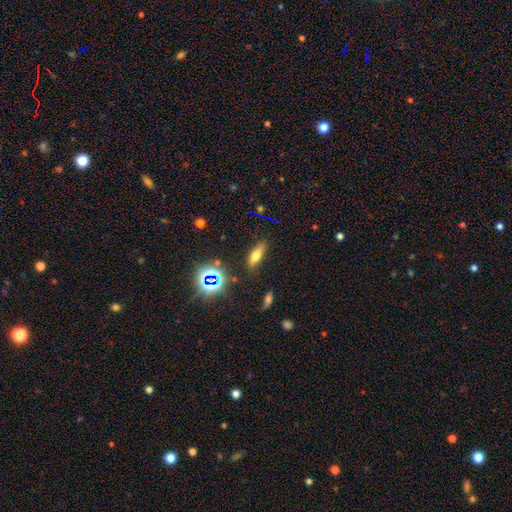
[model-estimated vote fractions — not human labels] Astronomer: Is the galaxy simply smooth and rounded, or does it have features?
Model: smooth — 60%.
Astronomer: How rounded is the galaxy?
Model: in between — 49% (runner-up: cigar-shaped, 45%).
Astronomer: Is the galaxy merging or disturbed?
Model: none — 81%.